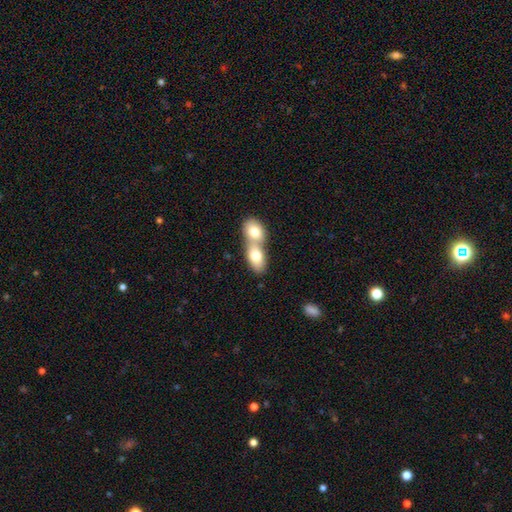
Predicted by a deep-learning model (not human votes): Smooth or featured? smooth (74%)
How rounded? in between (82%)
Merging? merger (76%)